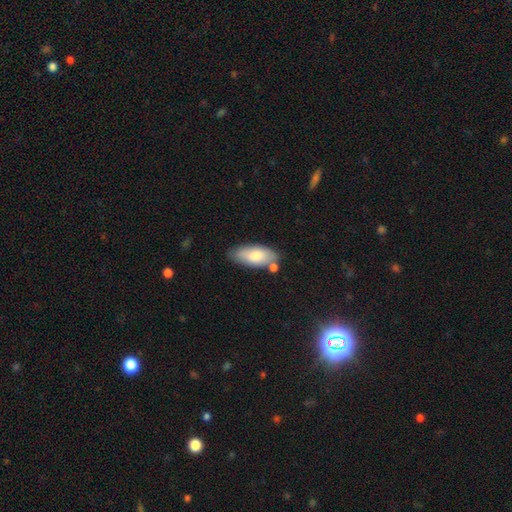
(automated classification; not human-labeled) This is likely a smooth galaxy (77%). How rounded: clearly in between (87%). Merging: likely none (68%).